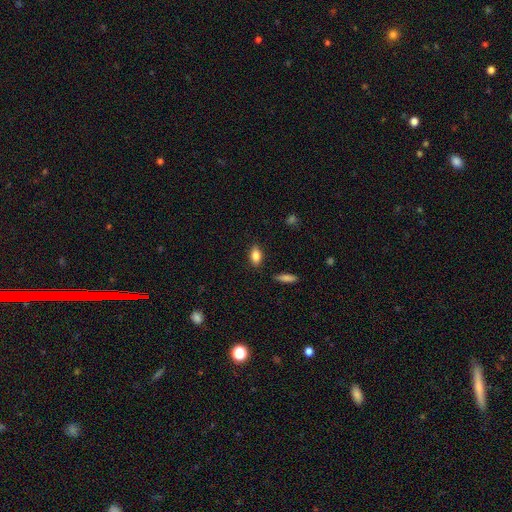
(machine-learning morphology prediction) Q: Smooth or featured?
A: smooth (84%); runner-up: featured or disk (8%)
Q: How rounded?
A: in between (87%); runner-up: cigar-shaped (7%)
Q: Merging?
A: none (85%); runner-up: minor disturbance (11%)